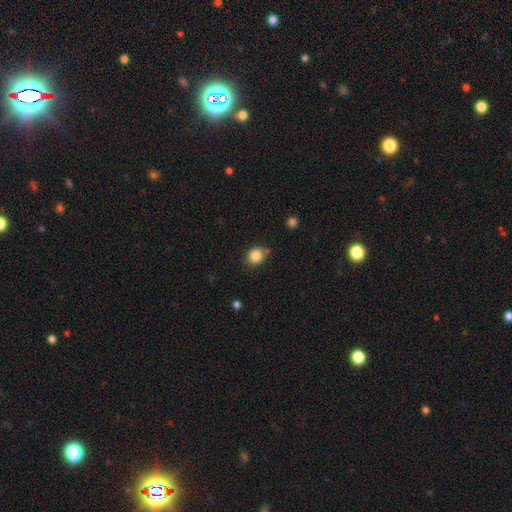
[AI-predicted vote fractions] The model was most divided on "merging": none: 72%, minor disturbance: 18%, merger: 6%, major disturbance: 4%. More confident: smooth or featured — smooth (85%); how rounded — round (77%).